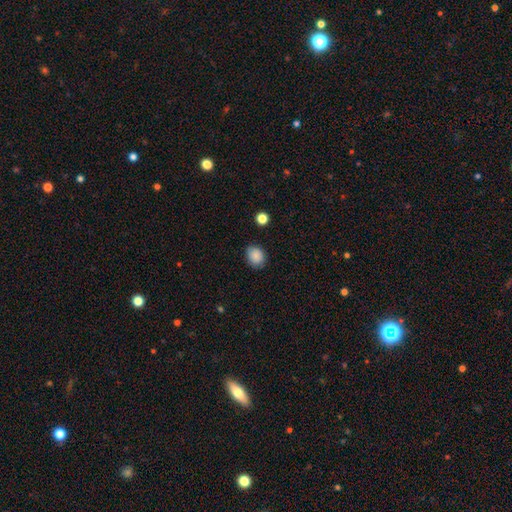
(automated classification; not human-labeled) This appears to be a smooth galaxy with no disk features (87%) that is round (58%). Merging: none (83%).